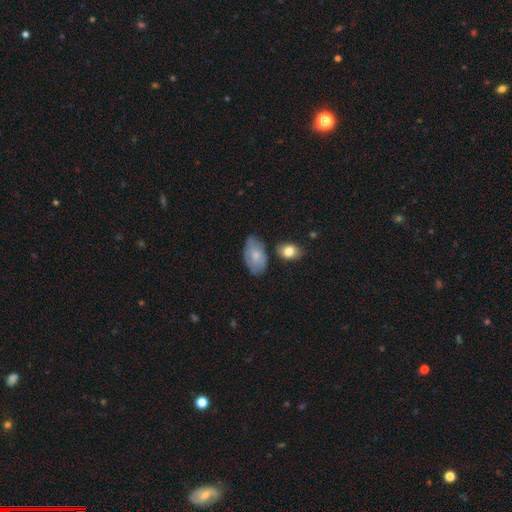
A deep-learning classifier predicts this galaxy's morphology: smooth 72%, featured or disk 22%, star or artifact 6%. Down the decision tree: how rounded — in between (93%); merging — none (63%).